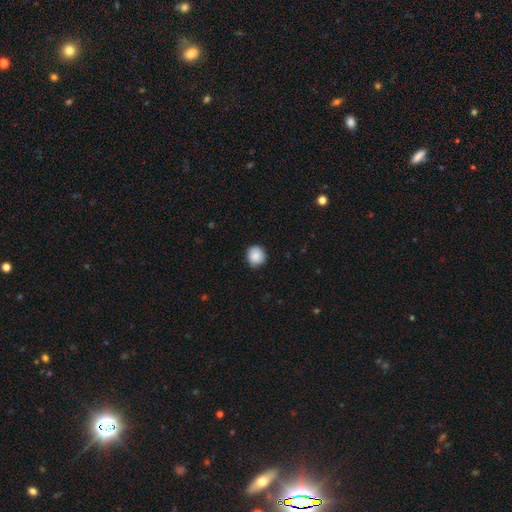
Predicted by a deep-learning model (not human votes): Smooth or featured: smooth — 89% (star or artifact — 8%)
How rounded: round — 90% (in between — 9%)
Merging: none — 88% (minor disturbance — 9%)